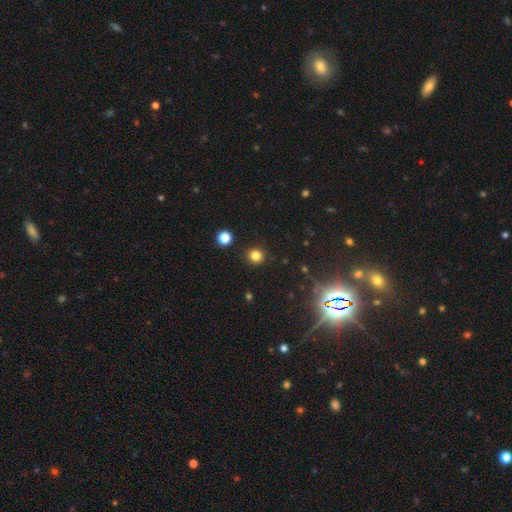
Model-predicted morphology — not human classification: Q: Smooth or featured?
A: smooth (81%); runner-up: star or artifact (15%)
Q: How rounded?
A: round (91%); runner-up: in between (8%)
Q: Merging?
A: none (91%); runner-up: minor disturbance (6%)